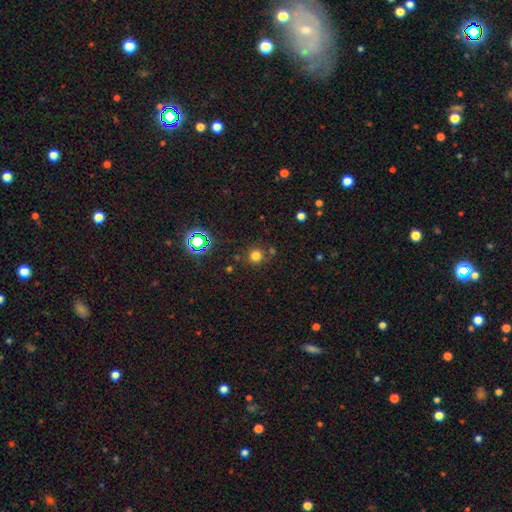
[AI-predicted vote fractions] This appears to be a smooth galaxy with no disk features (72%) that is round (93%). Merging: none (77%).